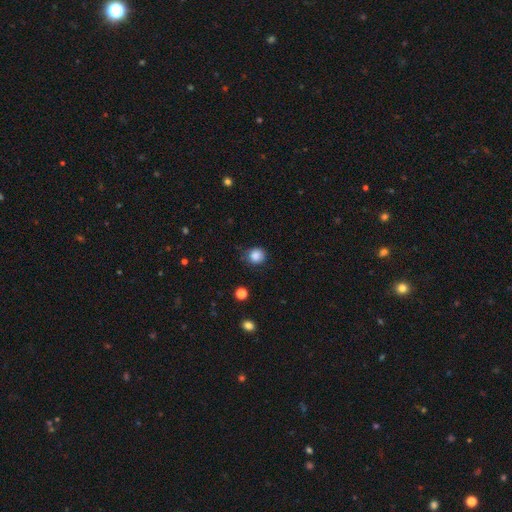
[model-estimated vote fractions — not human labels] smooth-or-featured: smooth: 86% | star or artifact: 10% | featured or disk: 4%
  how-rounded: round: 87% | in between: 12% | cigar-shaped: 1%
  merging: none: 77% | minor disturbance: 17% | major disturbance: 4% | merger: 2%